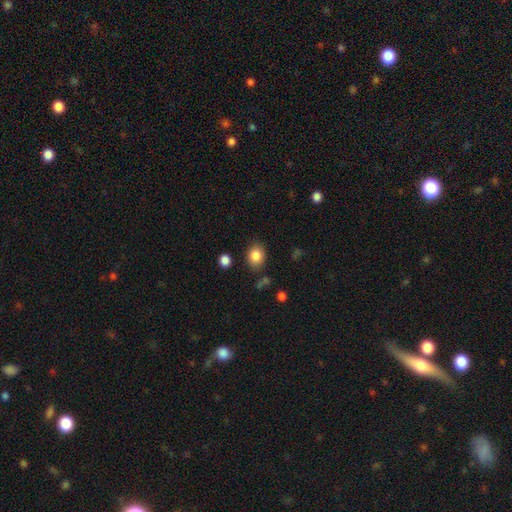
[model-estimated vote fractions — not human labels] A smooth galaxy with no disk features (85%) that is round (51%). Merging: none (82%).